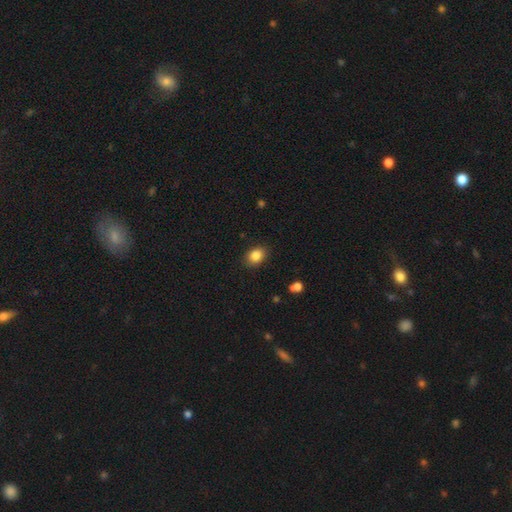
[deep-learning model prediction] This appears to be a smooth galaxy with no disk features (85%) that is in between round and cigar-shaped (64%). Merging: none (87%).